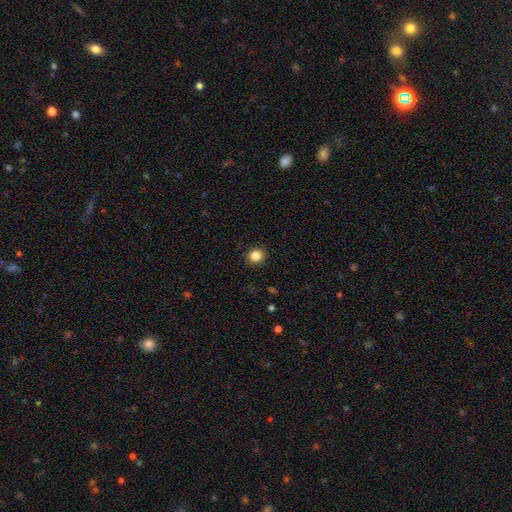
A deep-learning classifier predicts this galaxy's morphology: A smooth galaxy with no disk features (85%) that is round (85%). Merging: none (91%).